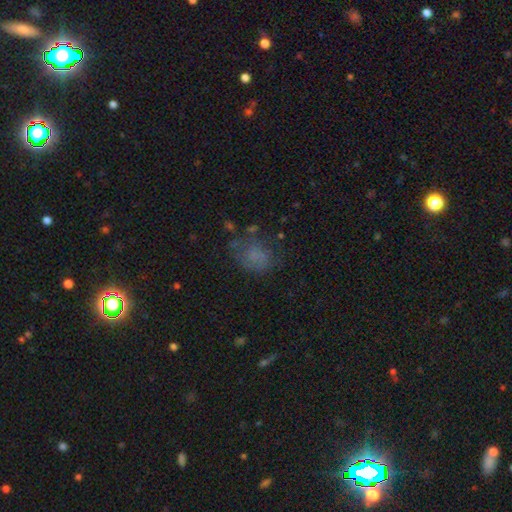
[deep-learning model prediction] Smooth or featured? Predicted: smooth (p=0.61). How rounded? Predicted: in between (p=0.58). Merging? Predicted: none (p=0.51).